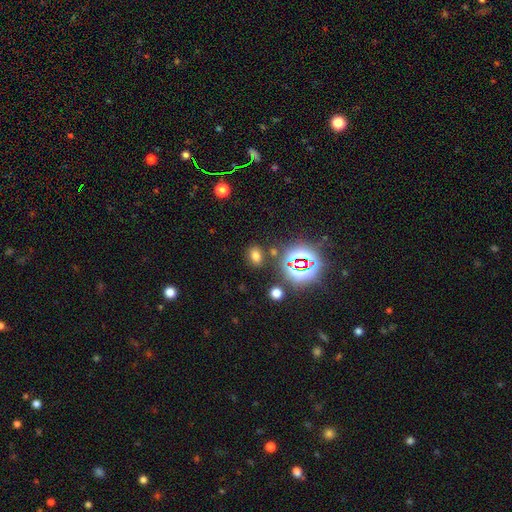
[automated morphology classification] Overall: smooth (64%; star or artifact 29%). How rounded: in between (72%). Merging: none (81%).